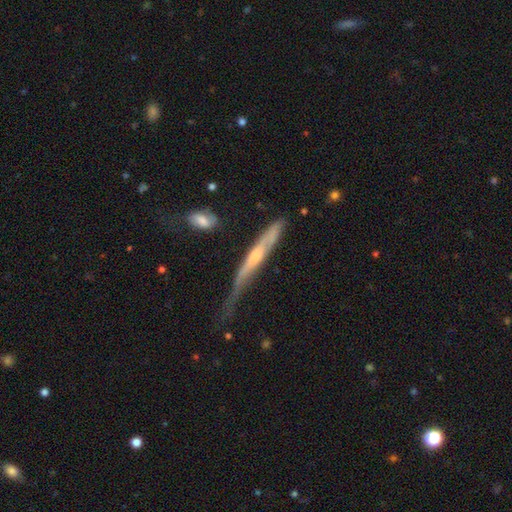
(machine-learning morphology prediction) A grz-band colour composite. It shows a featured or disk galaxy (62%) viewed edge-on (86%) with a rounded central bulge (56%). Merging: minor disturbance (34%, tied with none).